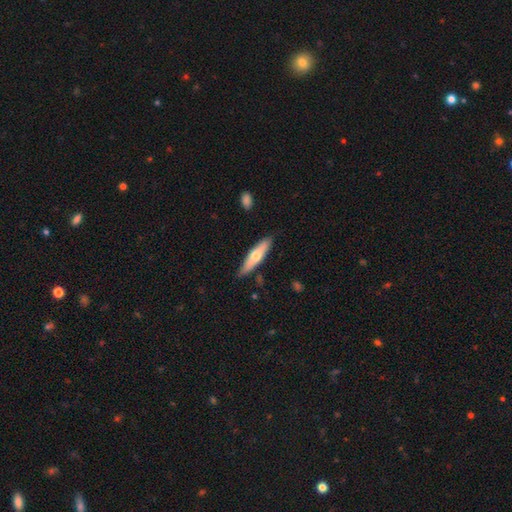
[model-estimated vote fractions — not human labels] This is possibly a smooth galaxy (57%). How rounded: likely cigar-shaped (73%). Merging: clearly none (84%).